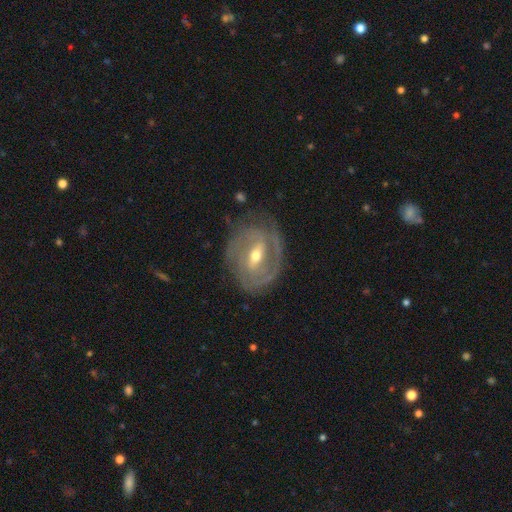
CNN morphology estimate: The model was most divided on "bar": weak: 44%, strong: 42%, no: 15%. More confident: edge-on disk — no (96%); spiral arms — yes (91%); smooth or featured — featured or disk (86%); merging — none (73%); bulge size — moderate (61%); spiral winding — tight (61%); spiral arm count — 2 (54%).